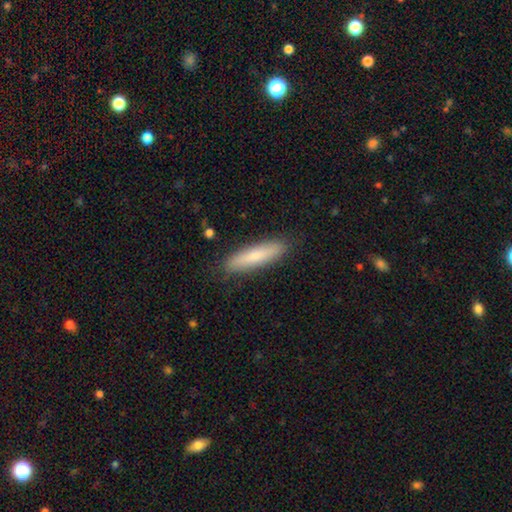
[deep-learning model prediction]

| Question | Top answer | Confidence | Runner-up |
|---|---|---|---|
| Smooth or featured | smooth | 76% | featured or disk (19%) |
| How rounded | cigar-shaped | 79% | in between (20%) |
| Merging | none | 87% | minor disturbance (10%) |